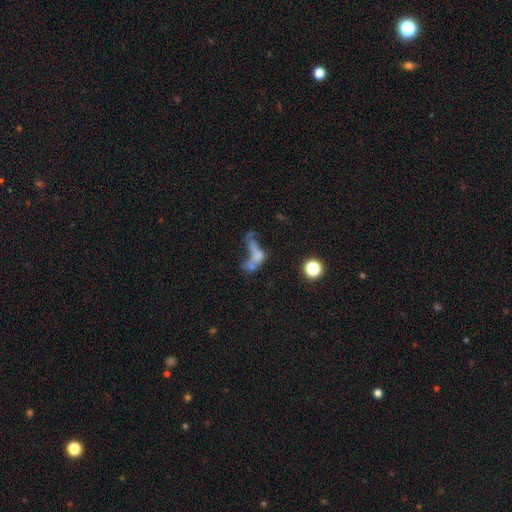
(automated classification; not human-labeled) smooth 45%, featured or disk 36%, star or artifact 20%. Down the decision tree: merging — merger (49%).